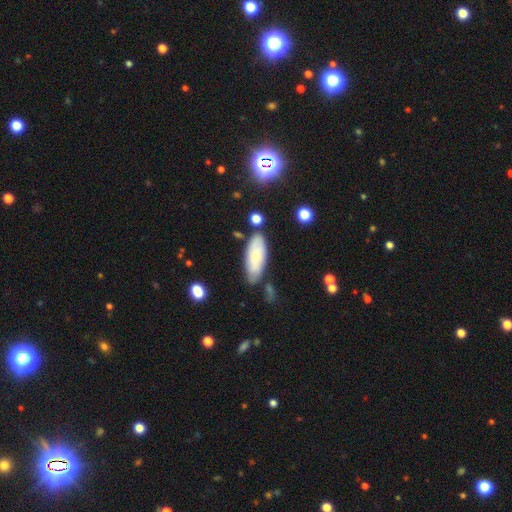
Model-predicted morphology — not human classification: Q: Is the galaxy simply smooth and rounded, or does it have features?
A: smooth — 67%.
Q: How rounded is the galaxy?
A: in between — 74%.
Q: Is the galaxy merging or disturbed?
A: none — 72%.